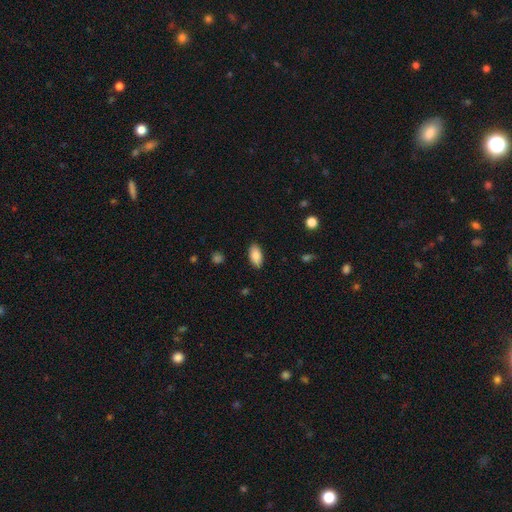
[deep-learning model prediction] Q: Smooth or featured?
A: smooth (86%); runner-up: star or artifact (7%)
Q: How rounded?
A: in between (93%); runner-up: cigar-shaped (4%)
Q: Merging?
A: none (88%); runner-up: minor disturbance (9%)